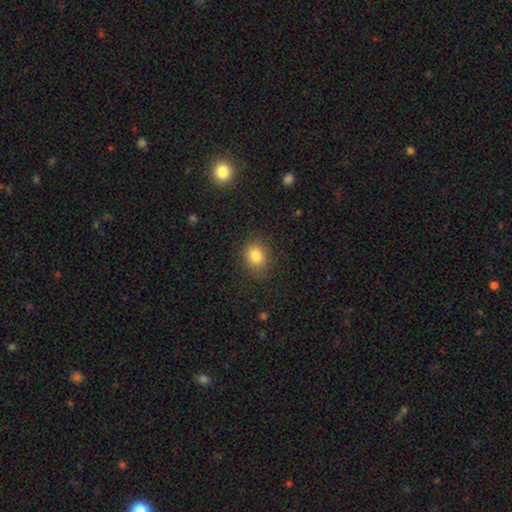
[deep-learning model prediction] Smooth or featured? Predicted: smooth (p=0.82). How rounded? Predicted: round (p=0.52). Merging? Predicted: none (p=0.85).